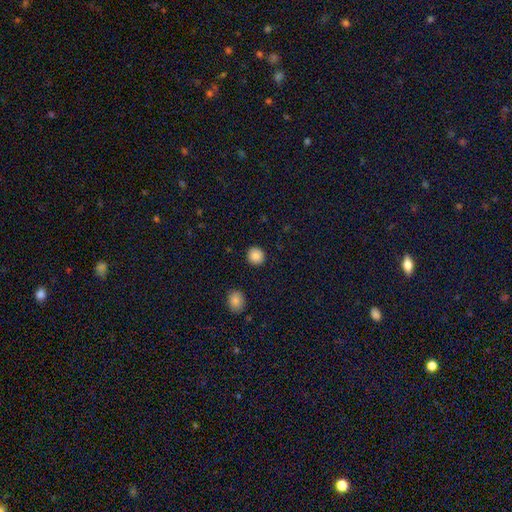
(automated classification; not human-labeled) Smooth or featured?
  - smooth: 87% *
  - star or artifact: 9%
  - featured or disk: 4%
How rounded?
  - round: 90% *
  - in between: 9%
  - cigar-shaped: 1%
Merging?
  - none: 92% *
  - minor disturbance: 5%
  - major disturbance: 2%
  - merger: 1%